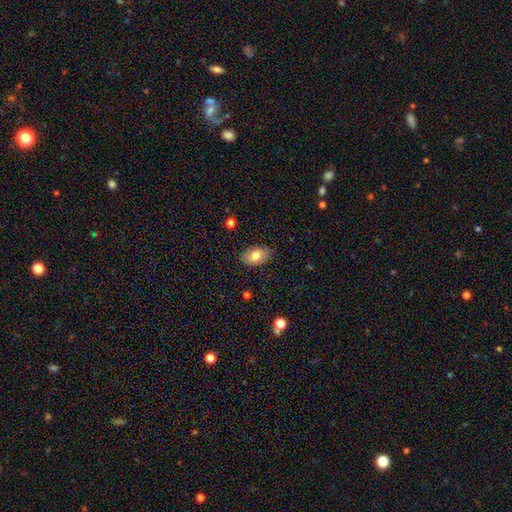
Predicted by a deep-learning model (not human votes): This is likely a smooth galaxy (77%). How rounded: clearly in between (91%). Merging: clearly none (83%).